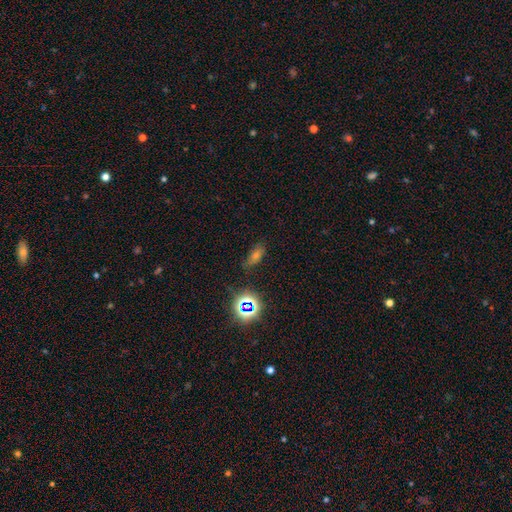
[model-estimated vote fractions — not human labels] A smooth galaxy with no disk features (49%).

Vote fractions:
- Smooth or featured? smooth: 49% / star or artifact: 36% / featured or disk: 15%
- Merging? none: 74% / minor disturbance: 18% / major disturbance: 6% / merger: 2%